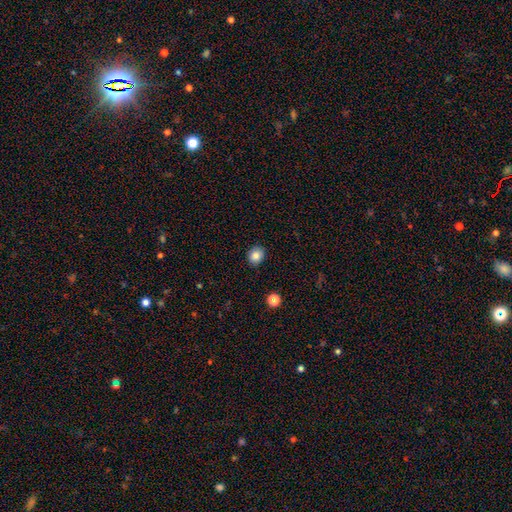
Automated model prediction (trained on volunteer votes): smooth-or-featured: smooth: 84% | star or artifact: 10% | featured or disk: 6%
  how-rounded: round: 72% | in between: 27% | cigar-shaped: 1%
  merging: none: 87% | minor disturbance: 9% | major disturbance: 2% | merger: 1%